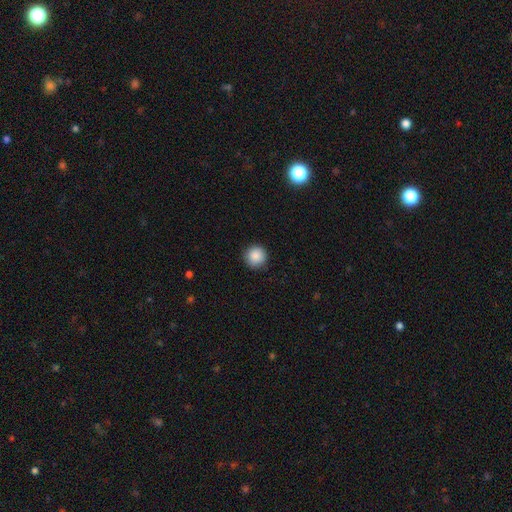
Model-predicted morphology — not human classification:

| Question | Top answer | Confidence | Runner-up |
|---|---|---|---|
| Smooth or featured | smooth | 88% | star or artifact (9%) |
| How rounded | round | 96% | in between (4%) |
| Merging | none | 91% | minor disturbance (6%) |